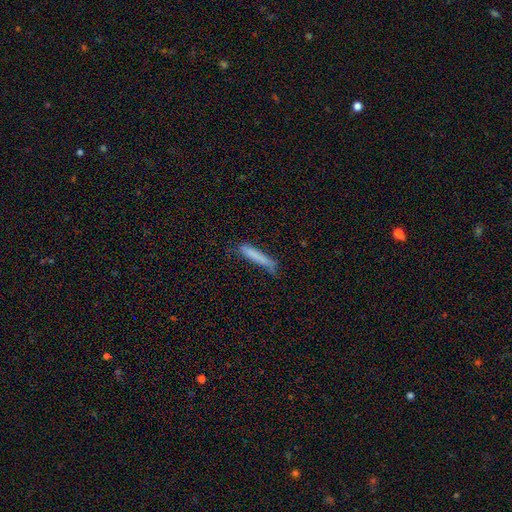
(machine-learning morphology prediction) This is likely a smooth galaxy (78%). How rounded: clearly cigar-shaped (92%). Merging: likely none (61%).